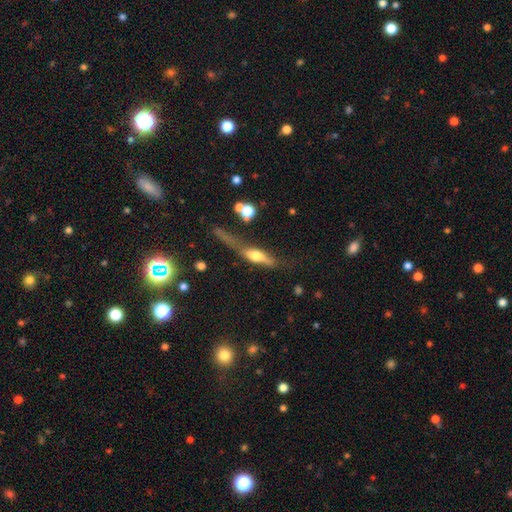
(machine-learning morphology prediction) A smooth galaxy with no disk features (46%, tied with featured or disk). Merging: none (38%).